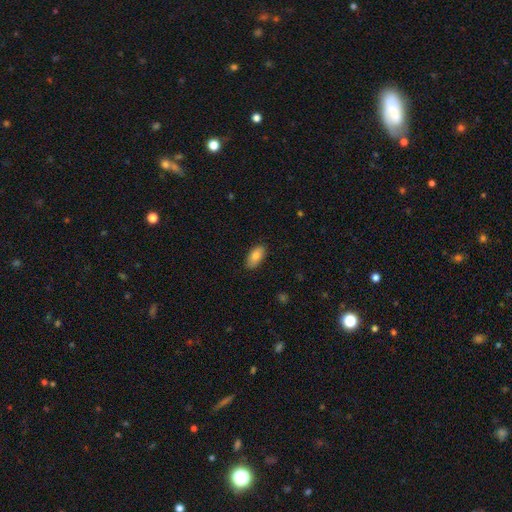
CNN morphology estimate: This appears to be a smooth galaxy with no disk features (84%) that is in between round and cigar-shaped (92%). Merging: none (87%).